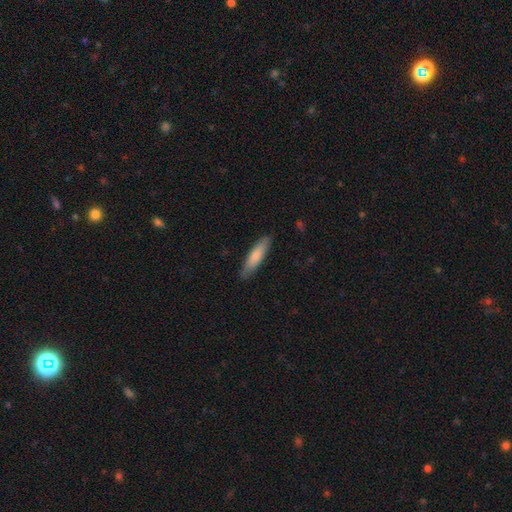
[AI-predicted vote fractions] smooth 76%, featured or disk 19%, star or artifact 5%. Down the decision tree: how rounded — cigar-shaped (76%); merging — none (86%).